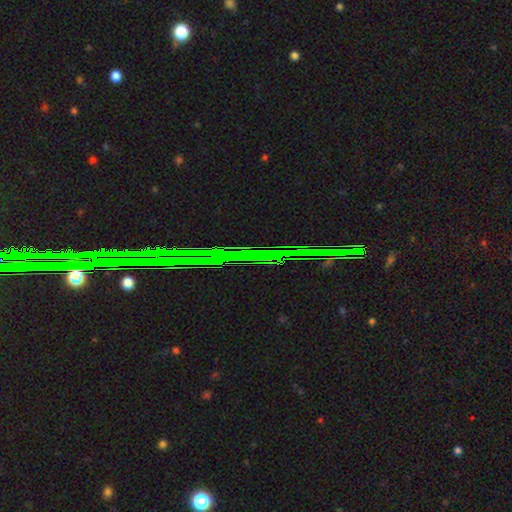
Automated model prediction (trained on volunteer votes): Smooth or featured? star or artifact (72%)